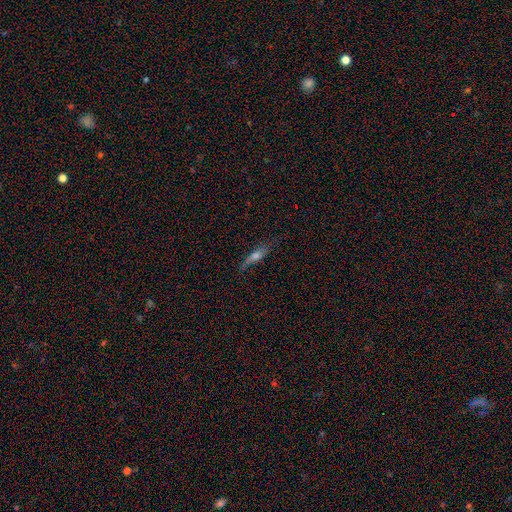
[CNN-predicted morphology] Q: Smooth or featured?
A: smooth (48%); runner-up: featured or disk (43%)
Q: Merging?
A: none (68%); runner-up: minor disturbance (23%)